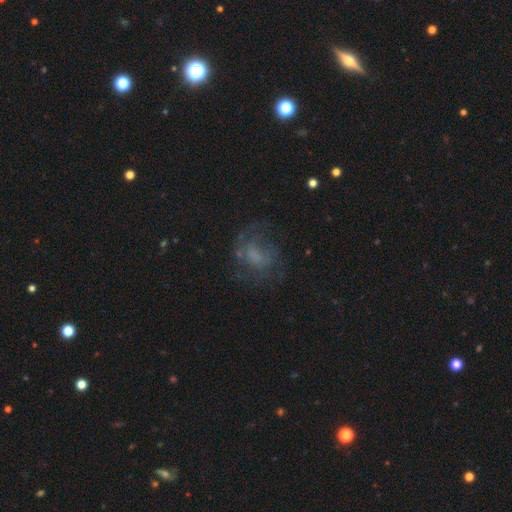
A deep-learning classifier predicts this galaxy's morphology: Smooth or featured: featured or disk — 51% (smooth — 33%)
Edge-on disk: no — 97% (yes — 3%)
Merging: none — 56% (major disturbance — 23%)